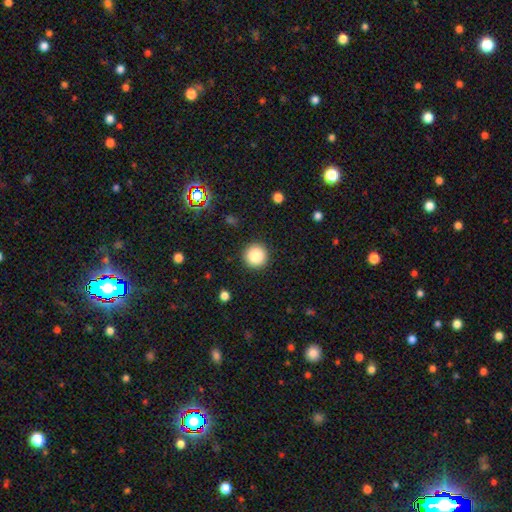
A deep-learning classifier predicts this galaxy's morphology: Overall: smooth (86%). How rounded: round (96%). Merging: none (92%).